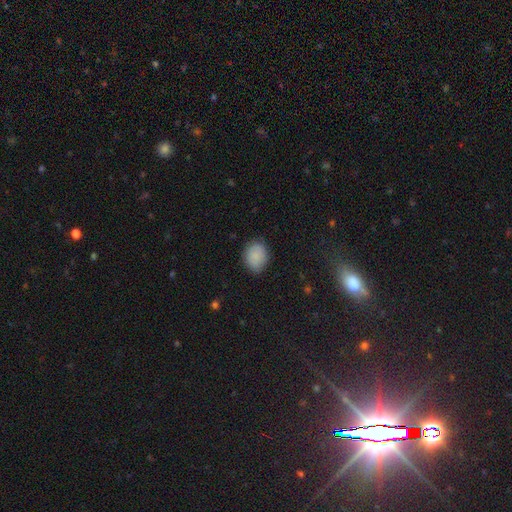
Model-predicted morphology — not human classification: smooth-or-featured: smooth: 86% | star or artifact: 8% | featured or disk: 6%
  how-rounded: round: 51% | in between: 49% | cigar-shaped: 1%
  merging: none: 81% | minor disturbance: 15% | major disturbance: 3% | merger: 1%